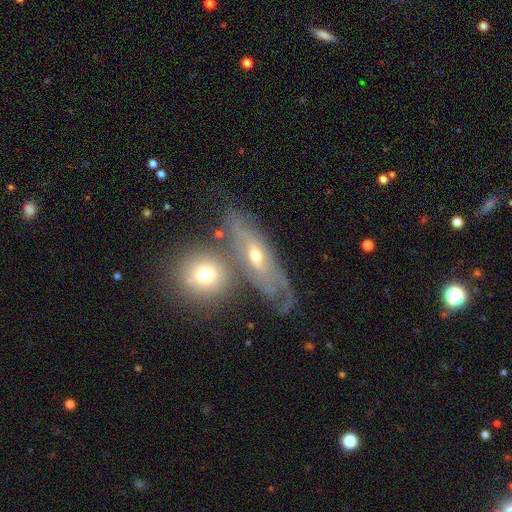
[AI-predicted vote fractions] A featured or disk galaxy (66%). Merging: none (48%).